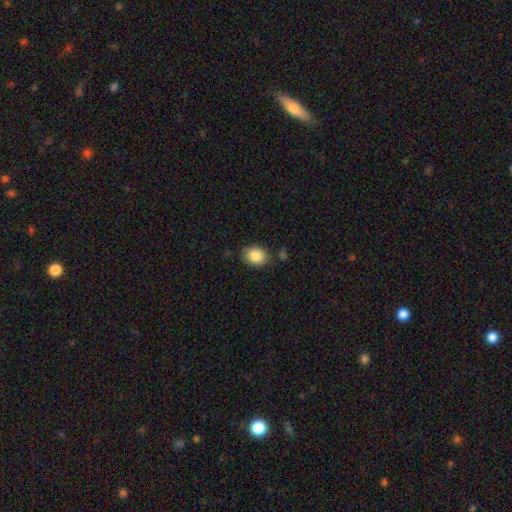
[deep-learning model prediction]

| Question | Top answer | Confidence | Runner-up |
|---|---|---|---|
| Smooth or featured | smooth | 85% | star or artifact (8%) |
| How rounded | in between | 53% | round (46%) |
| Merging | none | 83% | minor disturbance (12%) |